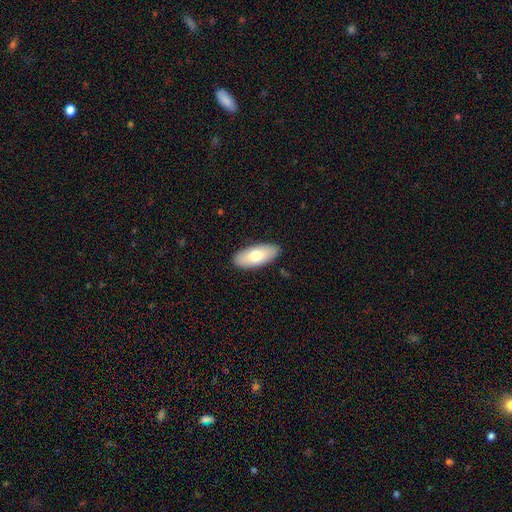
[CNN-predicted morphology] Smooth or featured: smooth — 74% (featured or disk — 20%)
How rounded: in between — 88% (cigar-shaped — 10%)
Merging: none — 89% (minor disturbance — 8%)